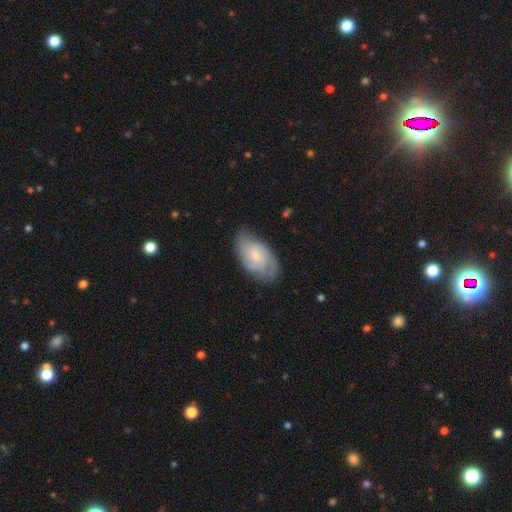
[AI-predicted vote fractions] This is likely a featured or disk galaxy (65%). It is clearly not viewed edge-on (96%). Bar: likely no (61%). Spiral arm pattern: clearly yes (91%). Spiral arm count: marginally can't tell (33%, tied with 2). Spiral winding: possibly tight (51%). Central bulge: possibly small (47%). Merging: likely none (70%).